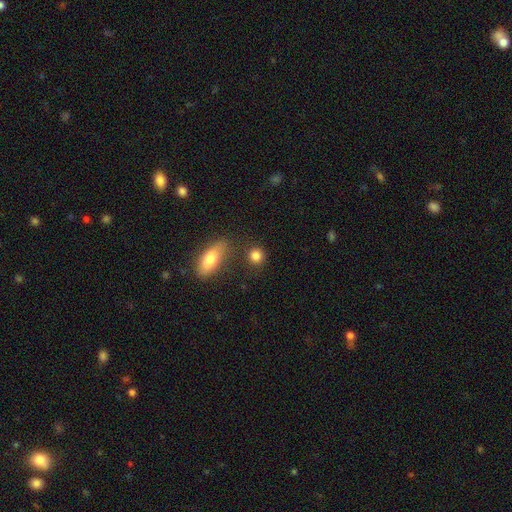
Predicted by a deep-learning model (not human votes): Smooth or featured: smooth — 84% (star or artifact — 10%)
How rounded: round — 83% (in between — 14%)
Merging: none — 78% (minor disturbance — 9%)